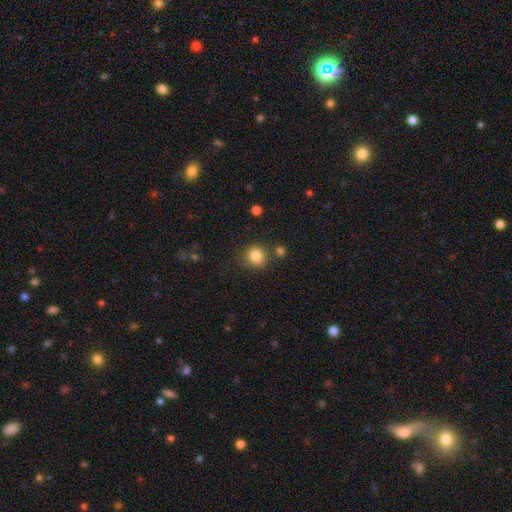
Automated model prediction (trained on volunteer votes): Smooth or featured? Predicted: smooth (p=0.84). How rounded? Predicted: round (p=0.87). Merging? Predicted: none (p=0.77).